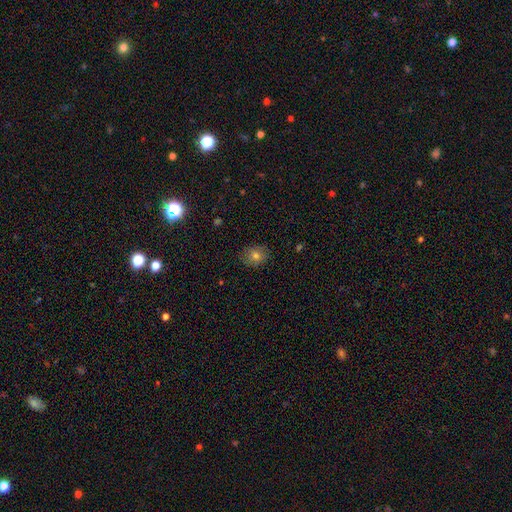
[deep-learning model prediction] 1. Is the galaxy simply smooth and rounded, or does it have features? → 74% smooth, 14% star or artifact, 11% featured or disk.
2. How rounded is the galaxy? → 60% round, 39% in between, 1% cigar-shaped.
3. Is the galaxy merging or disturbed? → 83% none, 13% minor disturbance, 3% major disturbance, 1% merger.